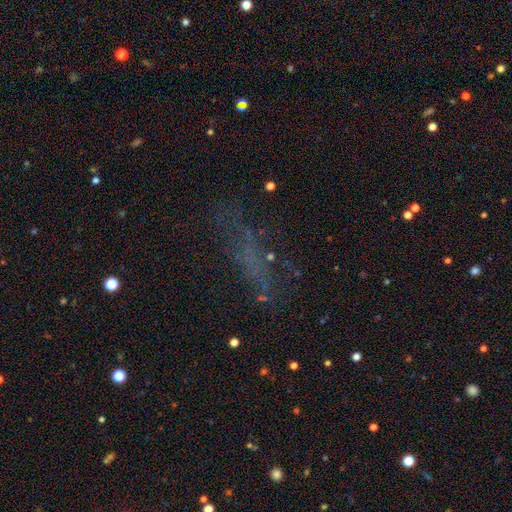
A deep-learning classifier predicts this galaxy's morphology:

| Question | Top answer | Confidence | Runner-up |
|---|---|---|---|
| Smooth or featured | smooth | 36% | star or artifact (35%) |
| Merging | none | 58% | major disturbance (20%) |